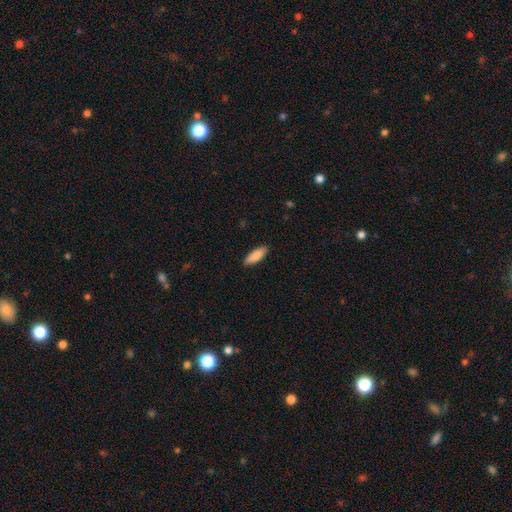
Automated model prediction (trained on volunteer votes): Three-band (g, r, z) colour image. It shows a smooth galaxy with no disk features (87%) that is in between round and cigar-shaped (60%). Merging: none (89%).